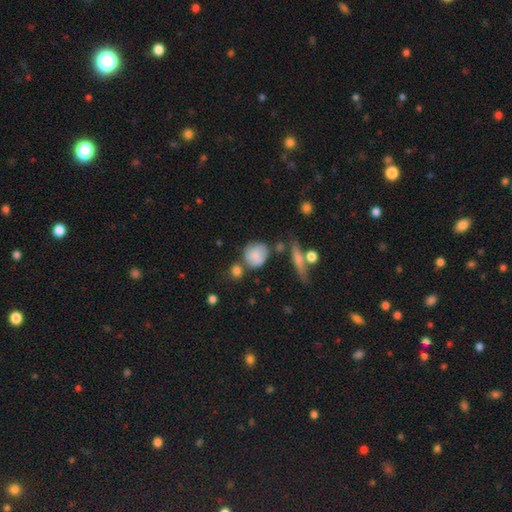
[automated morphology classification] Smooth or featured? smooth (74%)
How rounded? round (73%)
Merging? none (54%)